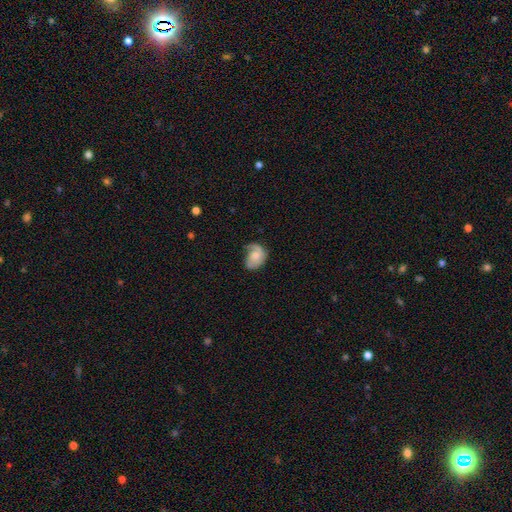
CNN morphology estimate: Smooth or featured? Predicted: featured or disk (p=0.53). Edge-on disk? Predicted: no (p=0.97). Bar? Predicted: no (p=0.74). Spiral arms? Predicted: yes (p=0.82). Bulge size? Predicted: moderate (p=0.43). Merging? Predicted: none (p=0.42).